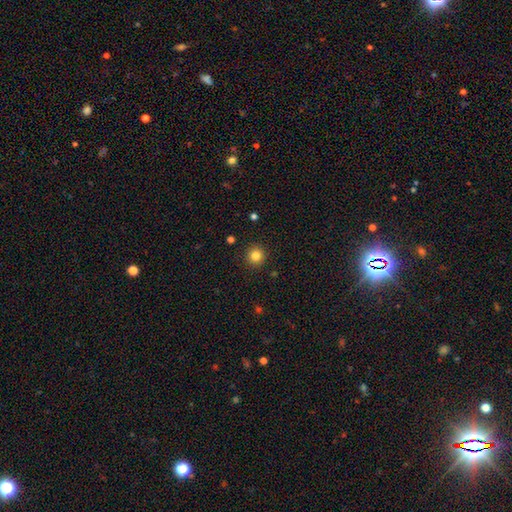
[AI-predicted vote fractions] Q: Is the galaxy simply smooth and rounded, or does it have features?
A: smooth — 83%.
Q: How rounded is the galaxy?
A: round — 94%.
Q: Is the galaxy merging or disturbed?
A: none — 92%.